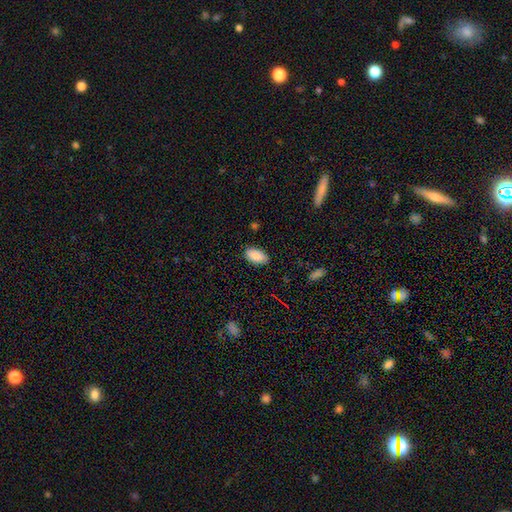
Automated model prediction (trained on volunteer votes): smooth-or-featured: smooth: 88% | star or artifact: 7% | featured or disk: 5%
  how-rounded: in between: 95% | round: 3% | cigar-shaped: 2%
  merging: none: 85% | minor disturbance: 12% | major disturbance: 2% | merger: 1%